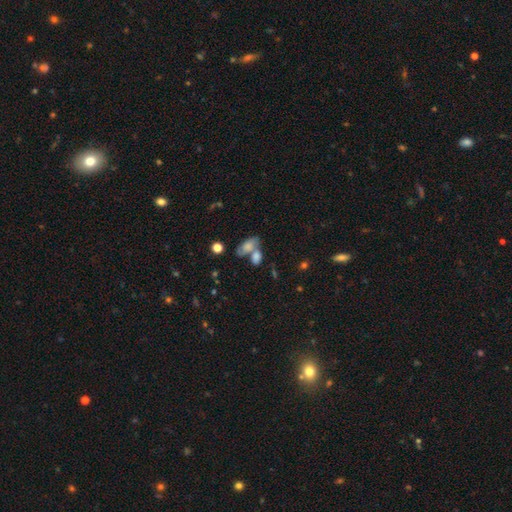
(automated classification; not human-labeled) smooth 67%, featured or disk 20%, star or artifact 13%. Down the decision tree: how rounded — in between (78%); merging — merger (49%).